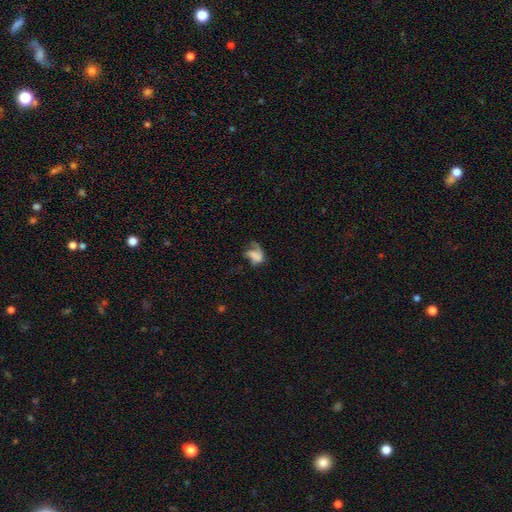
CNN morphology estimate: Smooth or featured? Predicted: smooth (p=0.48). Merging? Predicted: major disturbance (p=0.49).